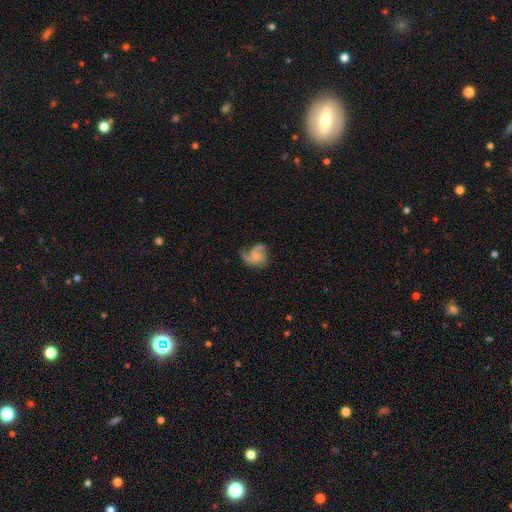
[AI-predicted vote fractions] smooth-or-featured: featured or disk: 72% | smooth: 21% | star or artifact: 8%
  disk-edge-on: no: 98% | yes: 2%
    bar: no: 72% | weak: 25% | strong: 4%
    has-spiral-arms: yes: 92% | no: 8%
      spiral-winding: medium: 43% | loose: 40% | tight: 17%
      spiral-arm-count: 2: 42% | 3: 25% | 1: 17% | can't tell: 10% | 4: 3% | more than 4: 3%
    bulge-size: small: 53% | moderate: 22% | none: 21% | large: 3% | dominant: 1%
  merging: none: 50% | minor disturbance: 24% | major disturbance: 24% | merger: 3%